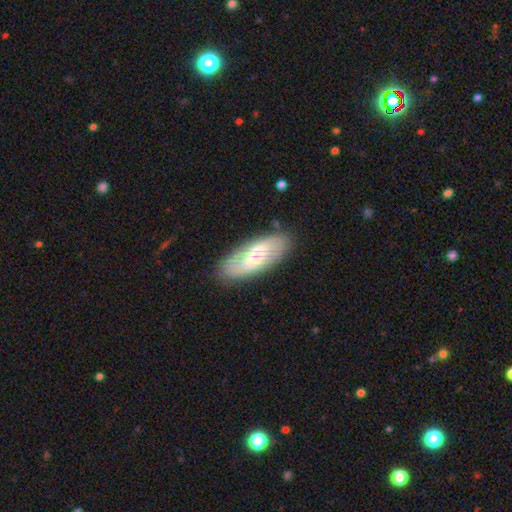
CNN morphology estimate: Overall: smooth (48%; featured or disk 45%). Merging: none (82%).